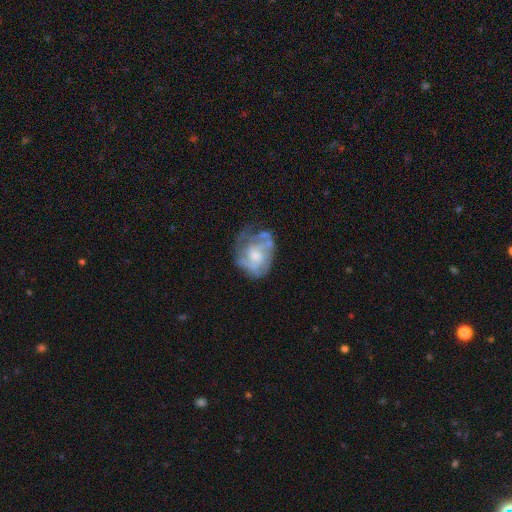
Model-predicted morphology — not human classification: featured or disk 69%, smooth 24%, star or artifact 7%. Down the decision tree: edge-on disk — no (98%); bar — no (69%); spiral arms — yes (69%); bulge size — moderate (48%); merging — none (40%).